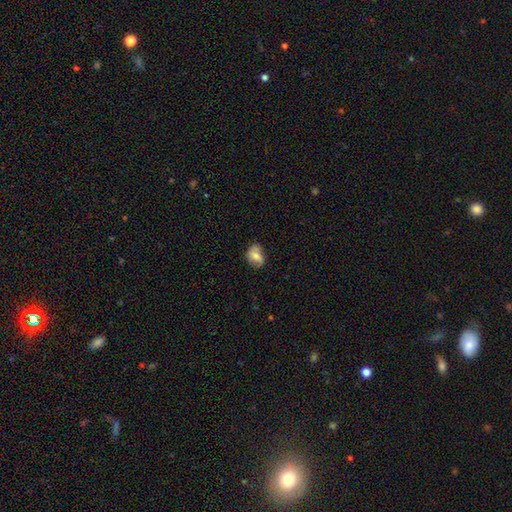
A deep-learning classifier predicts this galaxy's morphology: Smooth or featured? smooth (60%)
How rounded? in between (64%)
Merging? none (57%)